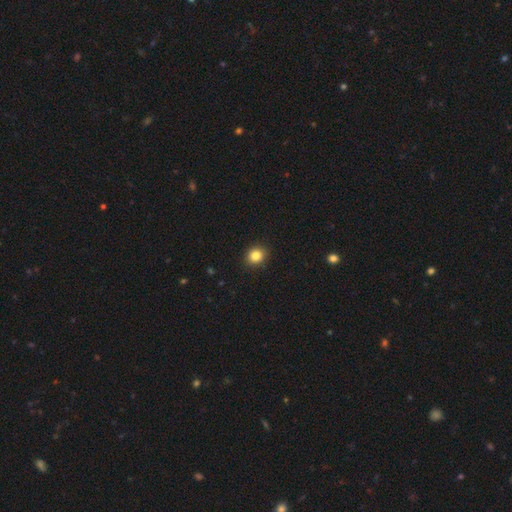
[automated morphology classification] This is clearly a smooth galaxy (84%). How rounded: likely round (73%). Merging: clearly none (91%).